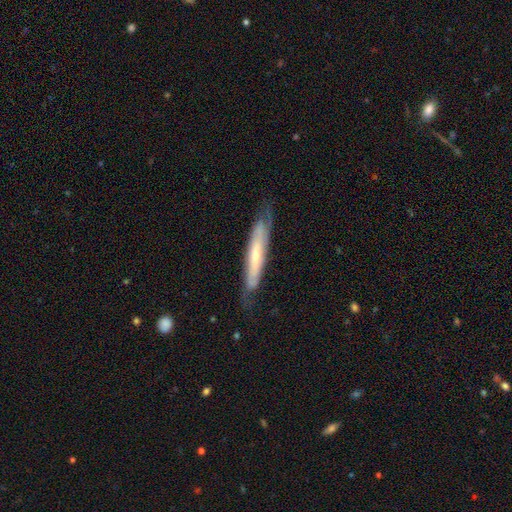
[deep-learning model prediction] smooth-or-featured: featured or disk: 61% | smooth: 33% | star or artifact: 6%
  disk-edge-on: yes: 60% | no: 40%
  merging: none: 71% | minor disturbance: 20% | major disturbance: 7% | merger: 1%